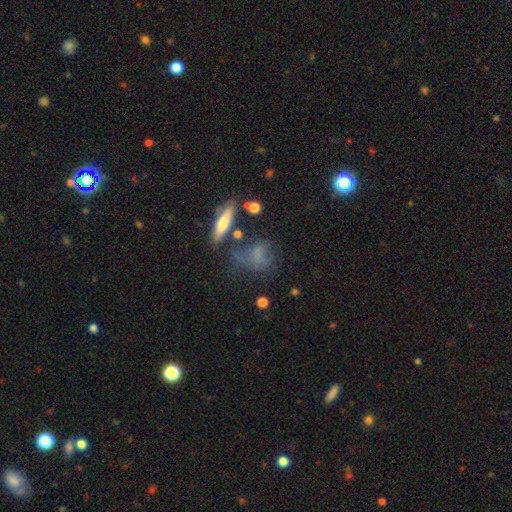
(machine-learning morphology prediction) smooth-or-featured: smooth: 58% | featured or disk: 26% | star or artifact: 16%
  how-rounded: in between: 47% | round: 37% | cigar-shaped: 15%
  merging: none: 49% | minor disturbance: 23% | major disturbance: 18% | merger: 11%